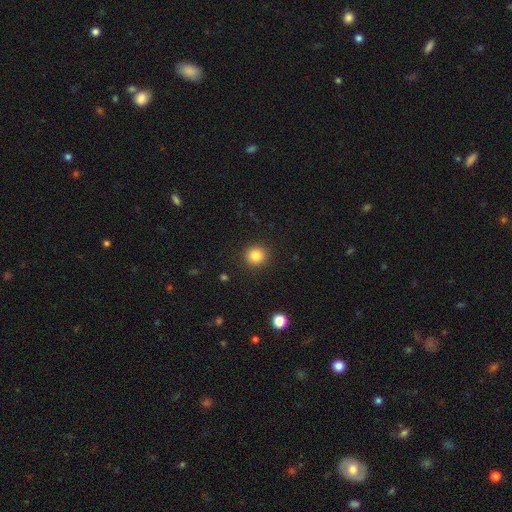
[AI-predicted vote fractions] smooth_or_featured: smooth (p=0.84) [alt: star or artifact p=0.11]
how_rounded: round (p=0.90) [alt: in between p=0.09]
merging: none (p=0.91) [alt: minor disturbance p=0.06]